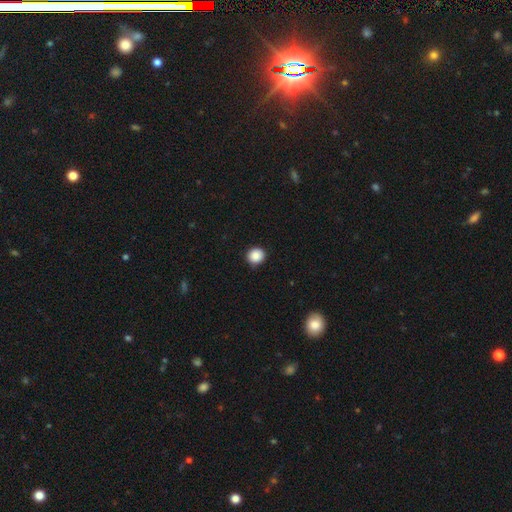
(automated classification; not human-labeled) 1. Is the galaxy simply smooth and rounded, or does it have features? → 87% smooth, 9% star or artifact, 3% featured or disk.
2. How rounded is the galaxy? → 92% round, 7% in between, 1% cigar-shaped.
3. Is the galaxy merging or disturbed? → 88% none, 9% minor disturbance, 2% major disturbance, 1% merger.